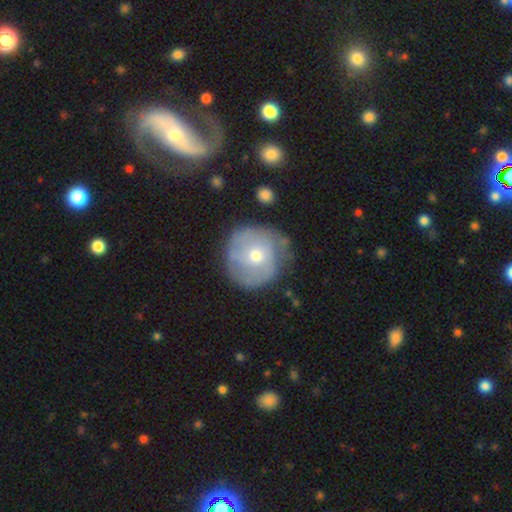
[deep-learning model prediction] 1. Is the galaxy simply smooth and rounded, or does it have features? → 49% featured or disk, 44% smooth, 7% star or artifact.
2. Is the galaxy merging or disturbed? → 66% none, 23% minor disturbance, 9% major disturbance, 2% merger.